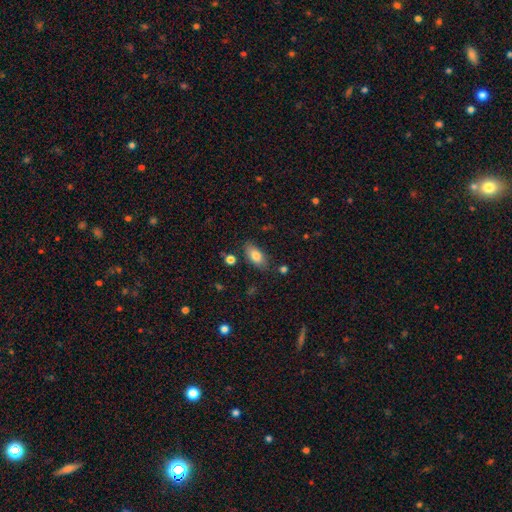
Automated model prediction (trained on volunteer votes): Overall: smooth (81%). How rounded: in between (89%). Merging: none (79%).